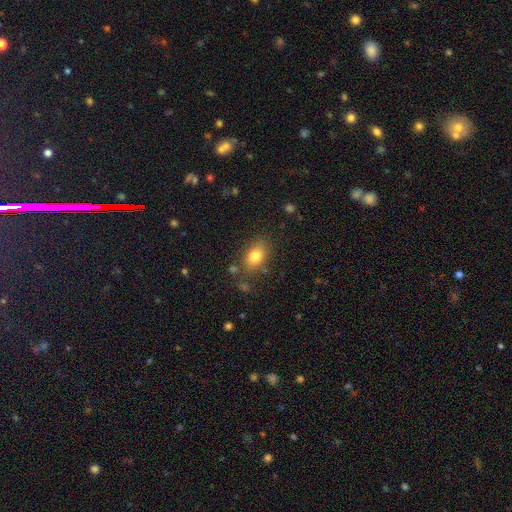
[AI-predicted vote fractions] Smooth or featured? Predicted: smooth (p=0.80). How rounded? Predicted: in between (p=0.82). Merging? Predicted: none (p=0.78).